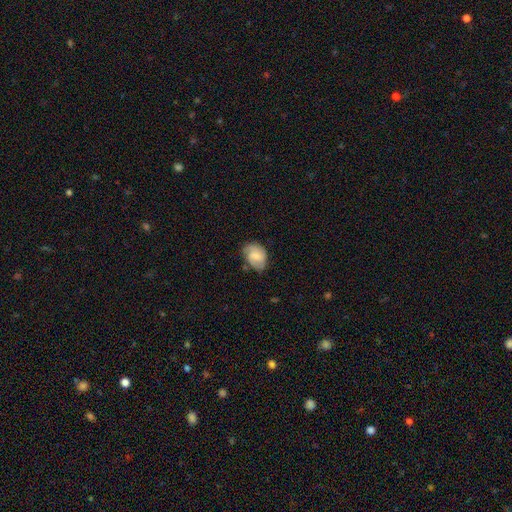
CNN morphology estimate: The model was most divided on "smooth or featured": smooth: 50%, featured or disk: 42%, star or artifact: 8%. More confident: how rounded — in between (73%); merging — none (61%).